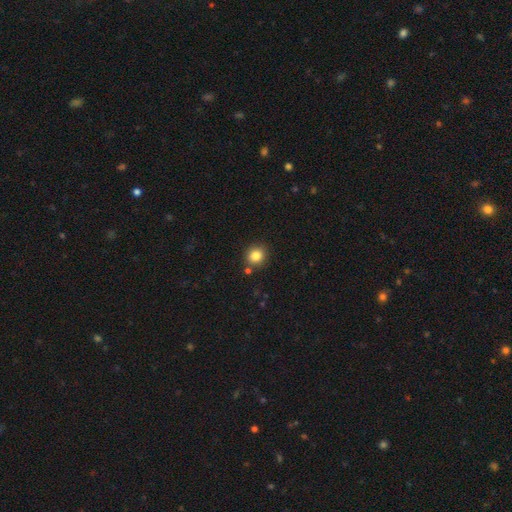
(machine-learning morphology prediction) smooth-or-featured: smooth: 84% | star or artifact: 11% | featured or disk: 6%
  how-rounded: round: 82% | in between: 17% | cigar-shaped: 1%
  merging: none: 82% | minor disturbance: 9% | merger: 7% | major disturbance: 2%